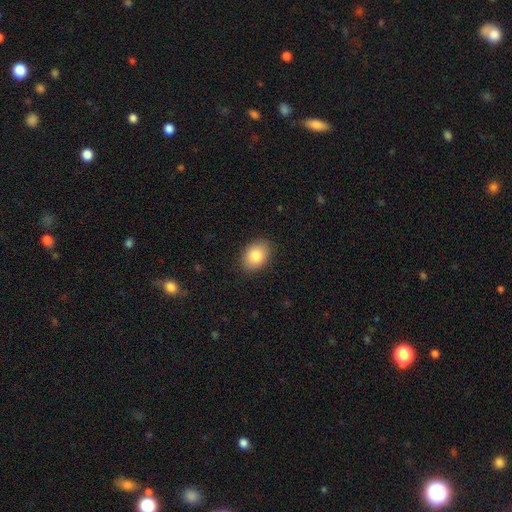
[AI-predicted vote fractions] Smooth or featured?
  - smooth: 84% *
  - featured or disk: 8%
  - star or artifact: 8%
How rounded?
  - in between: 78% *
  - round: 21%
  - cigar-shaped: 1%
Merging?
  - none: 88% *
  - minor disturbance: 9%
  - major disturbance: 2%
  - merger: 1%